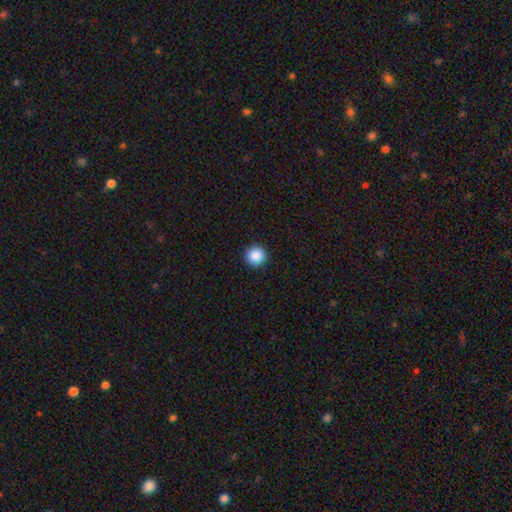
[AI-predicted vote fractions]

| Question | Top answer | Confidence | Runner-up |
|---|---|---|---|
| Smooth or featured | smooth | 88% | star or artifact (9%) |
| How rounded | round | 96% | in between (3%) |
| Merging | none | 93% | minor disturbance (4%) |